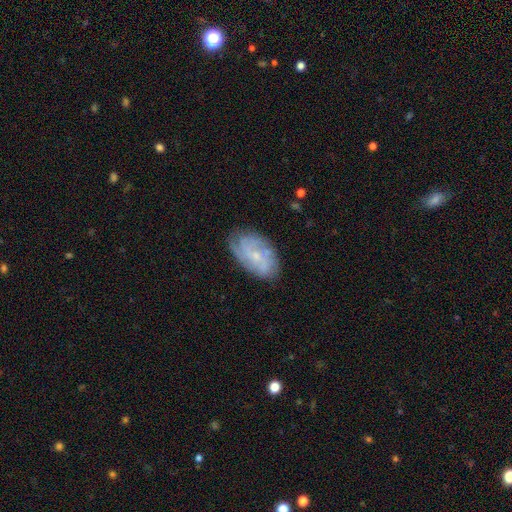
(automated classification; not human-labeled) Q: Smooth or featured?
A: featured or disk (70%); runner-up: smooth (22%)
Q: Edge-on disk?
A: no (96%); runner-up: yes (4%)
Q: Bar?
A: no (70%); runner-up: weak (26%)
Q: Spiral arms?
A: yes (91%); runner-up: no (9%)
Q: Spiral winding?
A: tight (53%); runner-up: medium (33%)
Q: Spiral arm count?
A: can't tell (40%); runner-up: 4 (19%)
Q: Bulge size?
A: small (75%); runner-up: moderate (18%)
Q: Merging?
A: none (75%); runner-up: minor disturbance (18%)